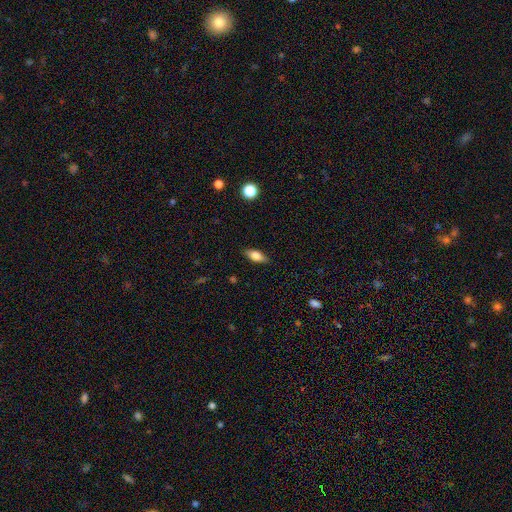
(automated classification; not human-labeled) Smooth or featured?
  - smooth: 77% *
  - featured or disk: 15%
  - star or artifact: 8%
How rounded?
  - in between: 79% *
  - cigar-shaped: 17%
  - round: 4%
Merging?
  - none: 86% *
  - minor disturbance: 11%
  - major disturbance: 2%
  - merger: 1%